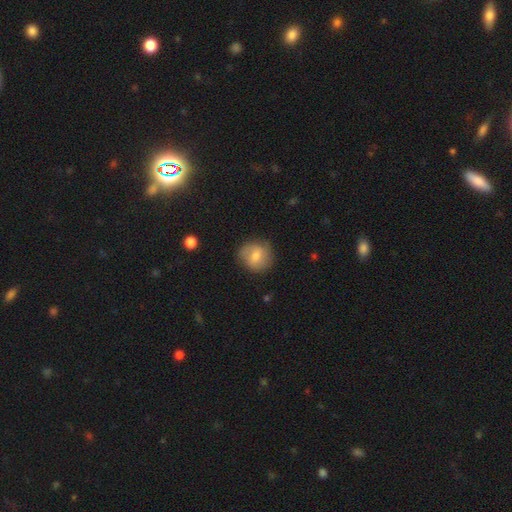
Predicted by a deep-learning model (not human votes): This appears to be a smooth galaxy with no disk features (65%) that is round (82%). Merging: none (75%).